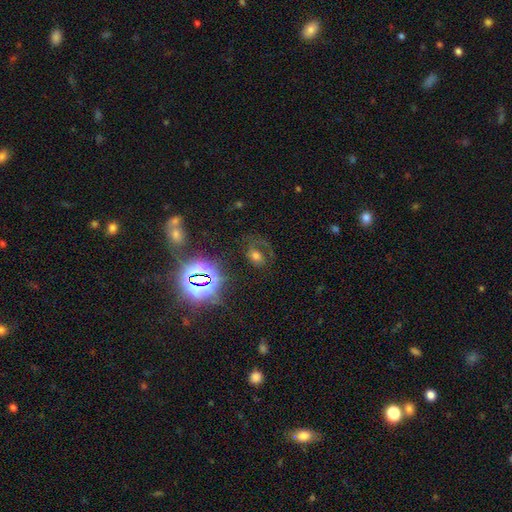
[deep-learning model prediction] Smooth or featured: smooth — 45% (star or artifact — 31%)
Merging: none — 54% (major disturbance — 24%)